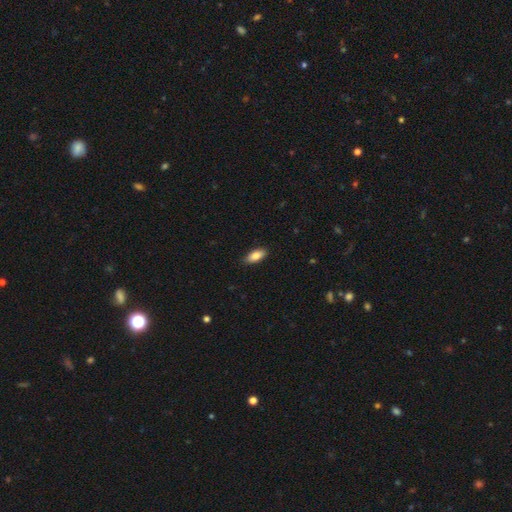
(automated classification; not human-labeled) Smooth or featured: smooth — 83% (featured or disk — 10%)
How rounded: in between — 85% (cigar-shaped — 12%)
Merging: none — 87% (minor disturbance — 10%)